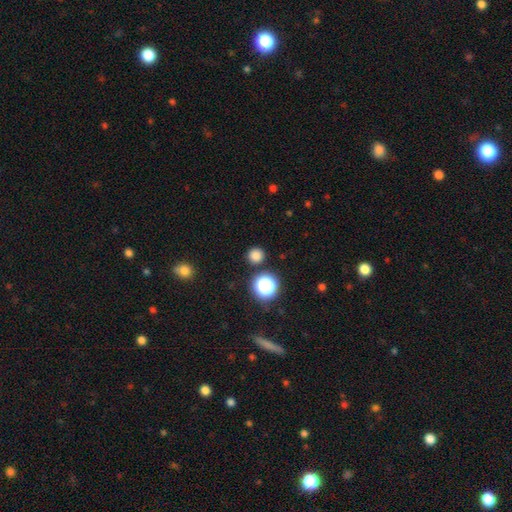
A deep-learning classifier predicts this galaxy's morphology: This is likely a smooth galaxy (78%). How rounded: clearly round (93%). Merging: clearly none (89%).